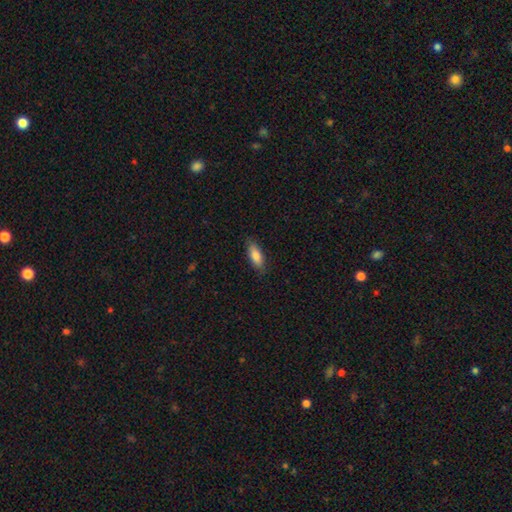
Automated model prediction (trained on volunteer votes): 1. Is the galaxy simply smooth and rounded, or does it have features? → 84% smooth, 9% featured or disk, 6% star or artifact.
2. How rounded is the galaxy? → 73% in between, 25% cigar-shaped, 2% round.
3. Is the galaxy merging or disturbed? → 84% none, 12% minor disturbance, 2% major disturbance, 1% merger.